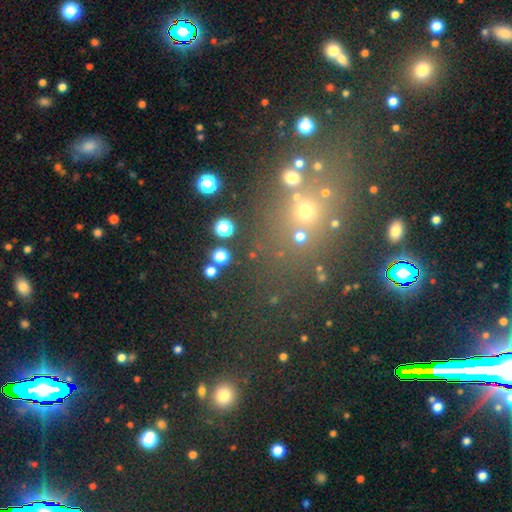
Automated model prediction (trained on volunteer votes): Morphology: type=star or artifact (56%).